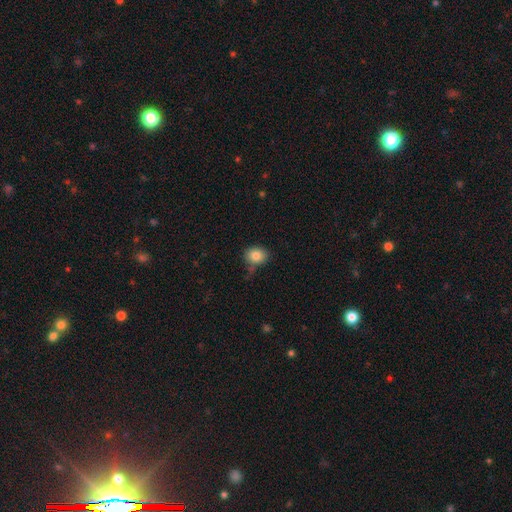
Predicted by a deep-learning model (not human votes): This is clearly a smooth galaxy (84%). How rounded: possibly round (54%). Merging: likely none (71%).